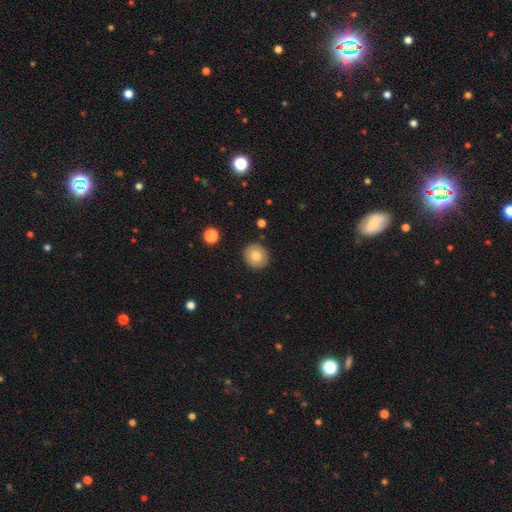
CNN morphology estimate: Q: Smooth or featured?
A: smooth (78%); runner-up: featured or disk (13%)
Q: How rounded?
A: round (88%); runner-up: in between (11%)
Q: Merging?
A: none (90%); runner-up: minor disturbance (7%)